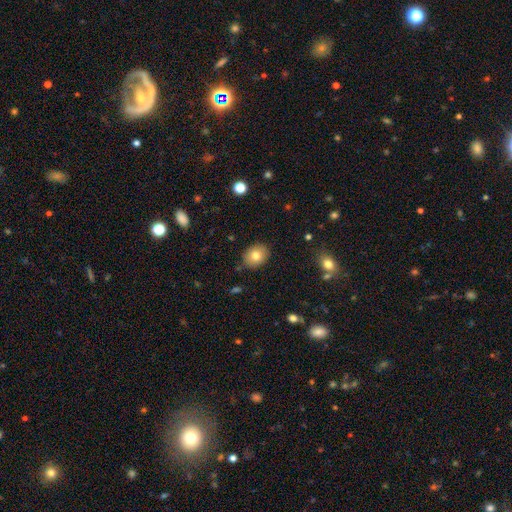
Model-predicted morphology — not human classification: Smooth or featured: smooth — 79% (featured or disk — 12%)
How rounded: in between — 53% (round — 46%)
Merging: none — 87% (minor disturbance — 9%)